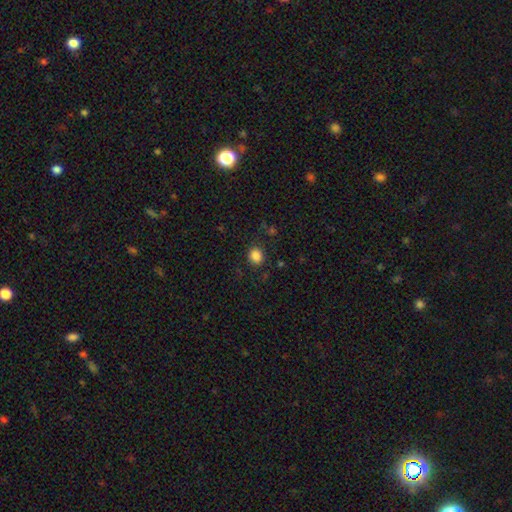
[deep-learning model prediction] smooth_or_featured: smooth (p=0.85) [alt: star or artifact p=0.11]
how_rounded: round (p=0.77) [alt: in between p=0.22]
merging: none (p=0.84) [alt: minor disturbance p=0.10]